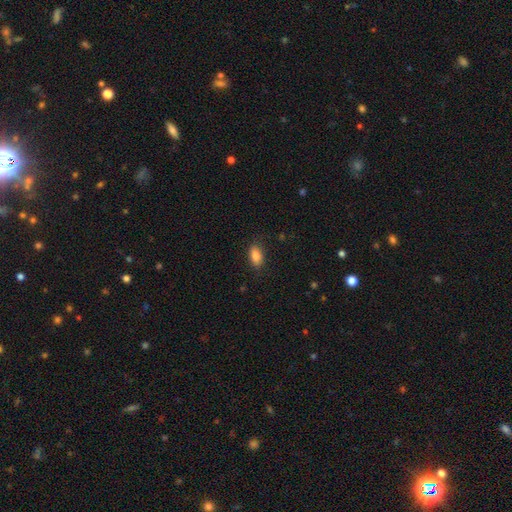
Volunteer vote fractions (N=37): smooth_or_featured: smooth (p=0.86) [alt: featured or disk p=0.08]
how_rounded: in between (p=0.84) [alt: cigar-shaped p=0.12]
merging: none (p=0.91) [alt: minor disturbance p=0.09]